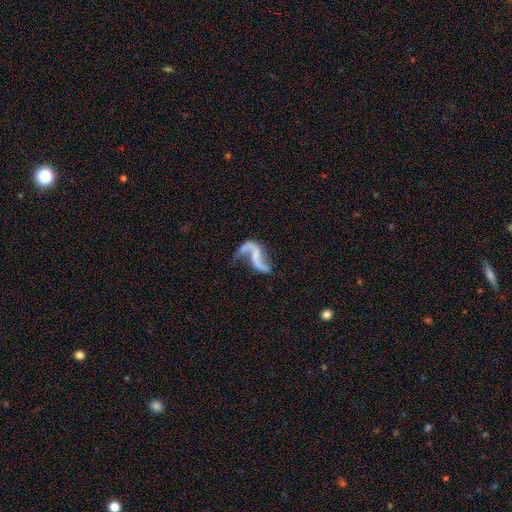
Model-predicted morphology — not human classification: type=featured or disk (86%); edge-on=no (97%); bar=no (44%); spiral arms=yes (92%); winding=loose (90%); arm count=2 (87%); bulge=none (60%); merging=none (51%).